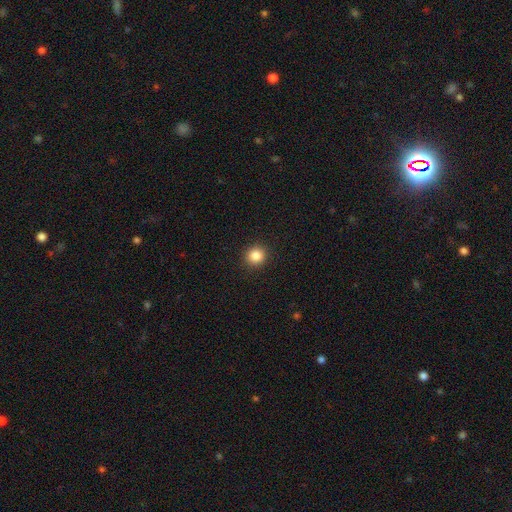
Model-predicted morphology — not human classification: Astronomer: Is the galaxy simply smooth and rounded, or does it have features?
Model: smooth — 85%.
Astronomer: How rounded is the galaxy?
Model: round — 91%.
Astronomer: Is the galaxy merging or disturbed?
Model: none — 92%.